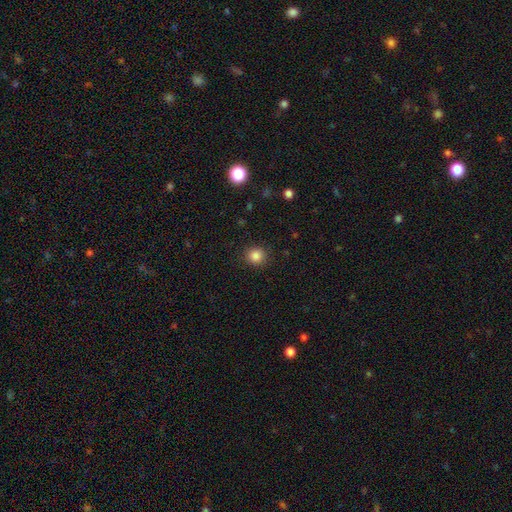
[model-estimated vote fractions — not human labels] Q: Smooth or featured?
A: smooth (85%); runner-up: star or artifact (11%)
Q: How rounded?
A: round (90%); runner-up: in between (9%)
Q: Merging?
A: none (89%); runner-up: minor disturbance (7%)